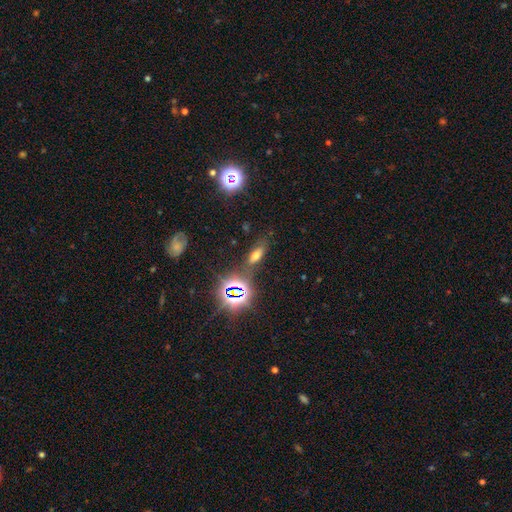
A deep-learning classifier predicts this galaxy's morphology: A smooth galaxy with no disk features (53%) that is in between round and cigar-shaped (72%). Merging: none (72%).